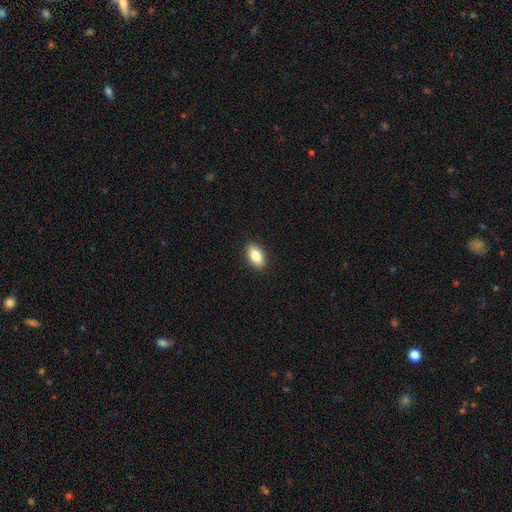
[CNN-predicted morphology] Smooth or featured? smooth (81%)
How rounded? in between (89%)
Merging? none (90%)